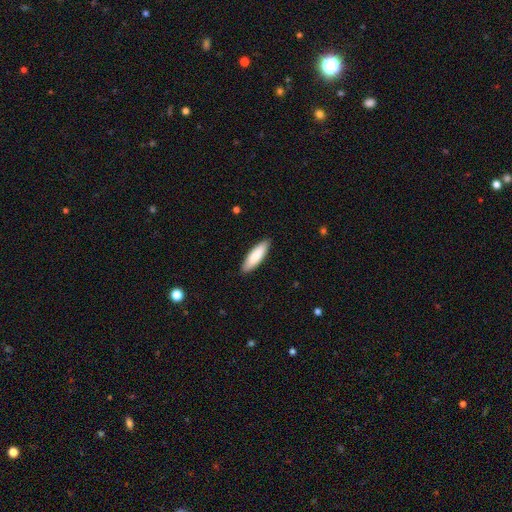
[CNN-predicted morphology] smooth 85%, featured or disk 10%, star or artifact 5%. Down the decision tree: how rounded — cigar-shaped (55%); merging — none (89%).